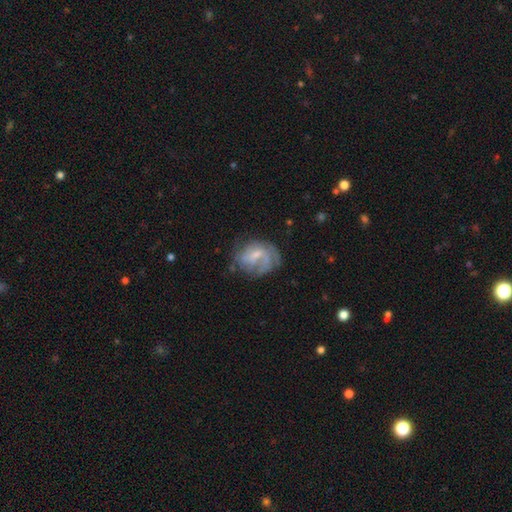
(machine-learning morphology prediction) A featured or disk galaxy (59%) with a weak bar (48%), spiral arms (65%) and a small central bulge (47%). Merging: none (48%).